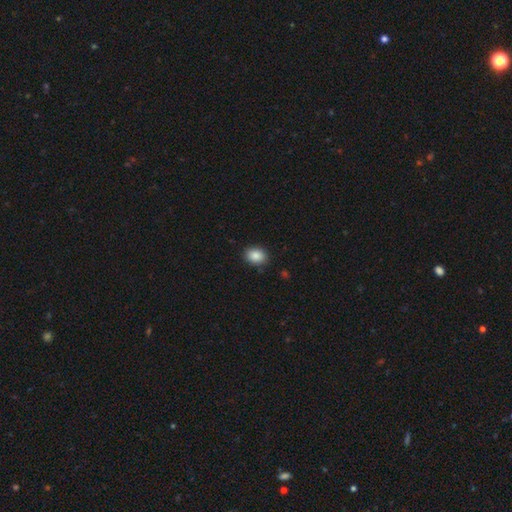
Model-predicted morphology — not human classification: type=smooth (88%); roundness=in between (64%); merging=none (87%).